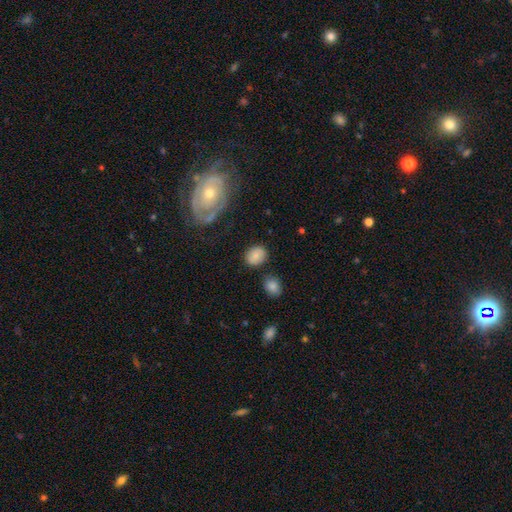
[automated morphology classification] Overall: smooth (81%). How rounded: round (53%; in between 46%). Merging: none (80%).